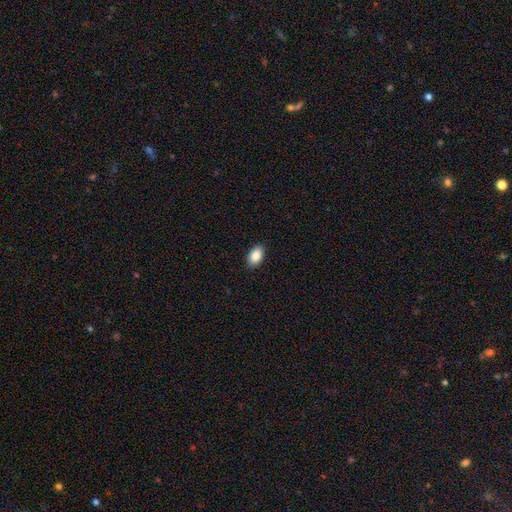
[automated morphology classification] Smooth or featured? smooth (86%)
How rounded? in between (93%)
Merging? none (90%)